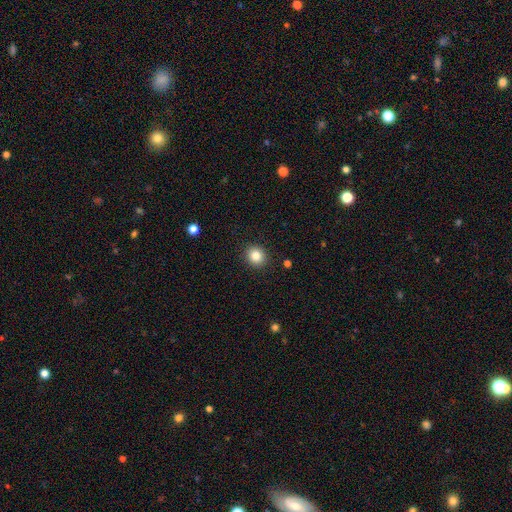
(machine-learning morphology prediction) Q: Smooth or featured?
A: smooth (84%); runner-up: star or artifact (11%)
Q: How rounded?
A: round (85%); runner-up: in between (15%)
Q: Merging?
A: none (92%); runner-up: minor disturbance (6%)